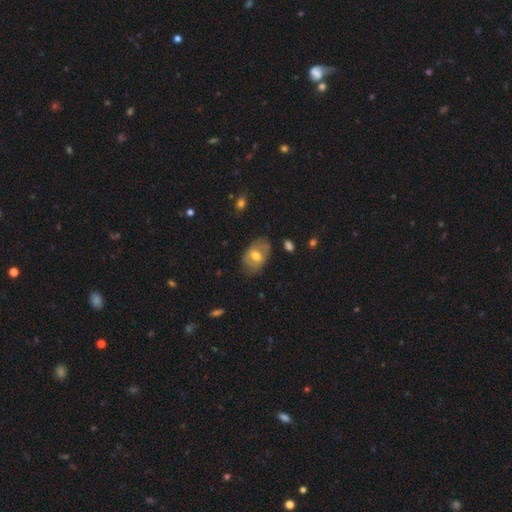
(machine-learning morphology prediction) This appears to be a smooth galaxy with no disk features (50%) that is in between round and cigar-shaped (81%). Merging: none (64%).